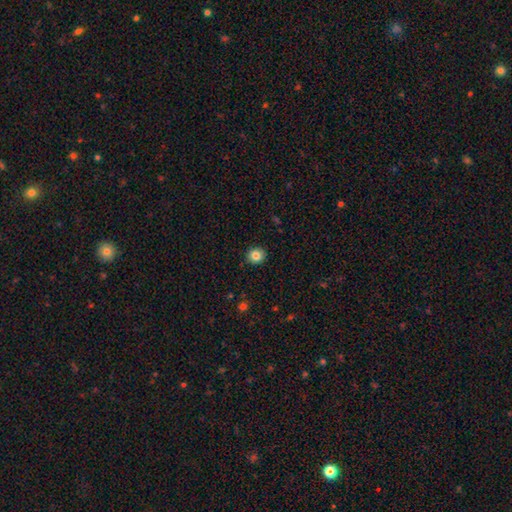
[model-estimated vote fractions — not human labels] Smooth or featured? smooth (84%)
How rounded? round (87%)
Merging? none (91%)